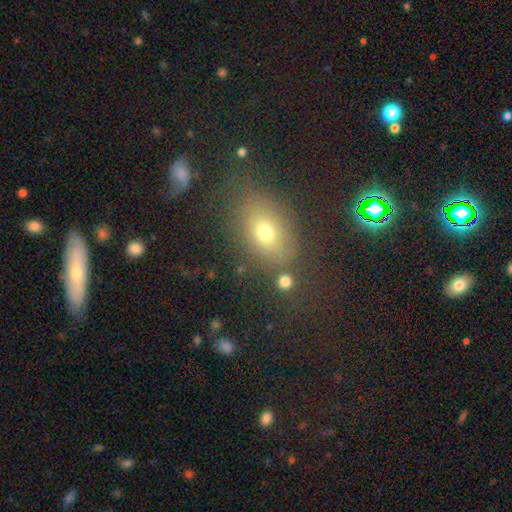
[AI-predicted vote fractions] Morphology: type=smooth (62%); roundness=in between (71%); merging=none (78%).